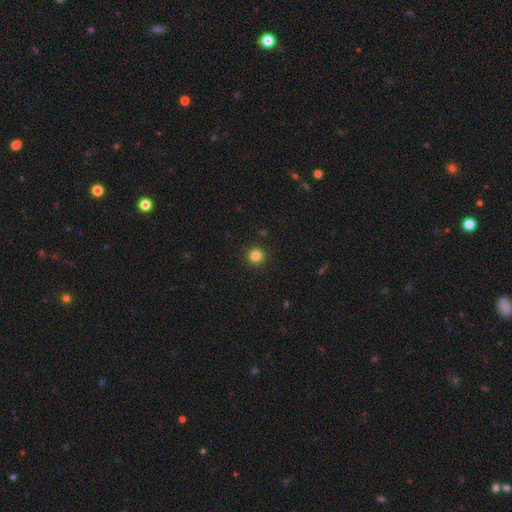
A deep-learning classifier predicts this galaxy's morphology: smooth_or_featured: smooth (p=0.83) [alt: star or artifact p=0.13]
how_rounded: round (p=0.95) [alt: in between p=0.04]
merging: none (p=0.92) [alt: minor disturbance p=0.05]